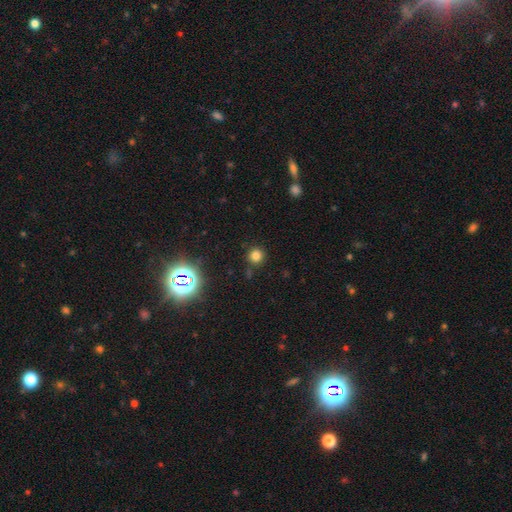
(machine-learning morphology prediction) Smooth or featured? smooth (77%)
How rounded? round (92%)
Merging? none (83%)